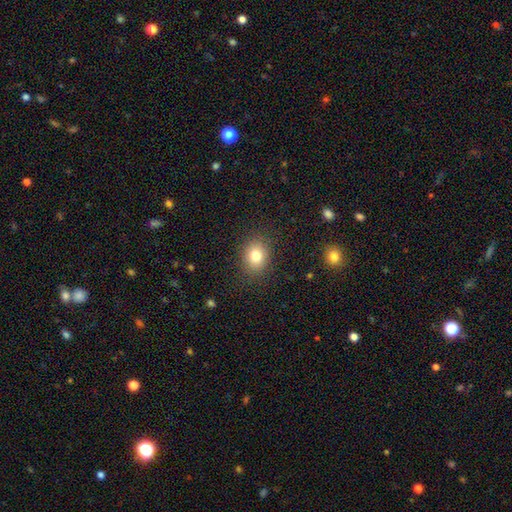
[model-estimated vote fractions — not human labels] This appears to be a smooth galaxy with no disk features (80%) that is round (51%). Merging: none (86%).